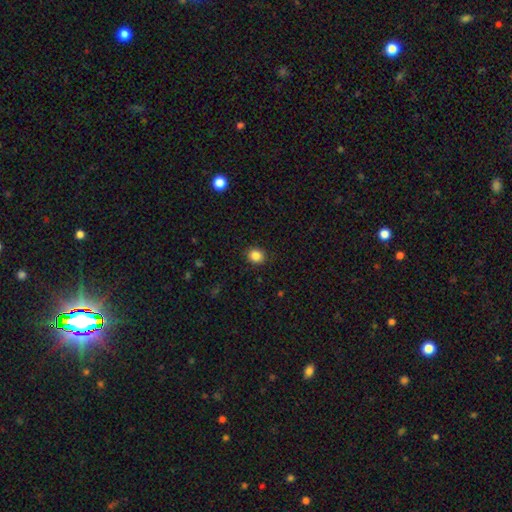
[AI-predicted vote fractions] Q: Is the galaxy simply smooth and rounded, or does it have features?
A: smooth — 85%.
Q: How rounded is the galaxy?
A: round — 78%.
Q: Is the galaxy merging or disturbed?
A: none — 91%.